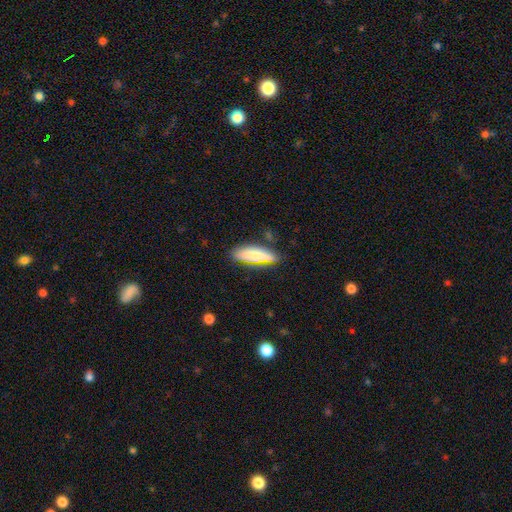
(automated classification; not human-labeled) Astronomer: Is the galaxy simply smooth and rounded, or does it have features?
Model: smooth — 75%.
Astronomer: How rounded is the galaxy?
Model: in between — 55% (runner-up: cigar-shaped, 43%).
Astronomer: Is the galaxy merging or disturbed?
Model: none — 77%.